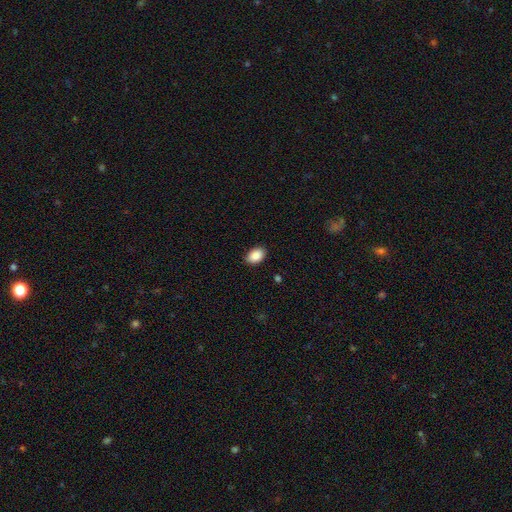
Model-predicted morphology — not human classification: Smooth or featured?
  - smooth: 89% *
  - star or artifact: 7%
  - featured or disk: 3%
How rounded?
  - in between: 86% *
  - round: 13%
  - cigar-shaped: 1%
Merging?
  - none: 87% *
  - minor disturbance: 9%
  - major disturbance: 2%
  - merger: 1%